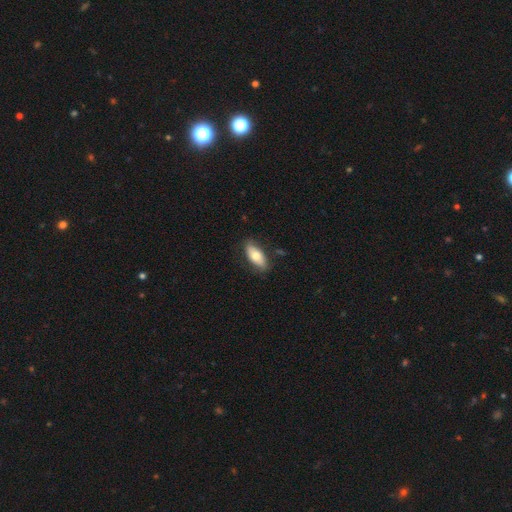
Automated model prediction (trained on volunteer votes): The model was most divided on "smooth or featured": smooth: 72%, featured or disk: 22%, star or artifact: 6%. More confident: how rounded — in between (85%); merging — none (81%).